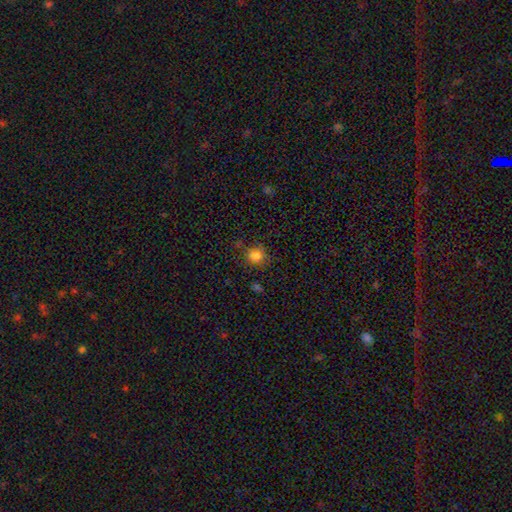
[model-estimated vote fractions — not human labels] Overall: smooth (81%). How rounded: round (83%). Merging: none (78%).